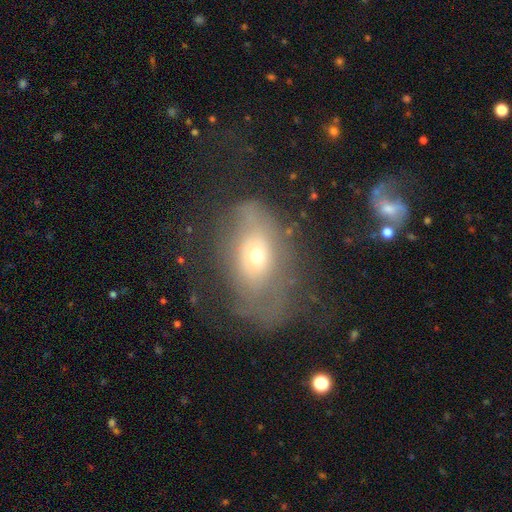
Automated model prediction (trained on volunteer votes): Q: Smooth or featured?
A: smooth (45%); runner-up: featured or disk (42%)
Q: Merging?
A: major disturbance (39%); runner-up: none (35%)